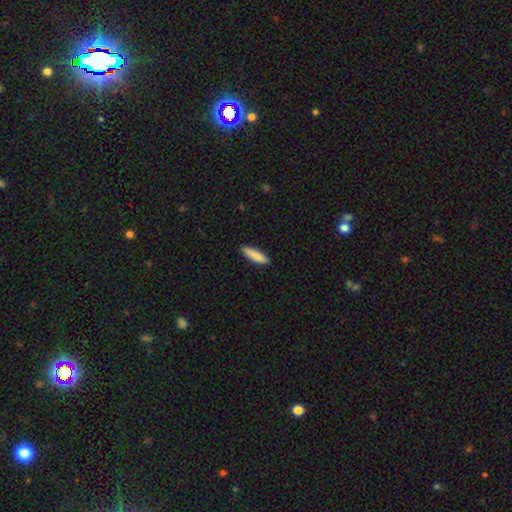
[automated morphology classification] Smooth or featured? Predicted: smooth (p=0.88). How rounded? Predicted: cigar-shaped (p=0.72). Merging? Predicted: none (p=0.90).